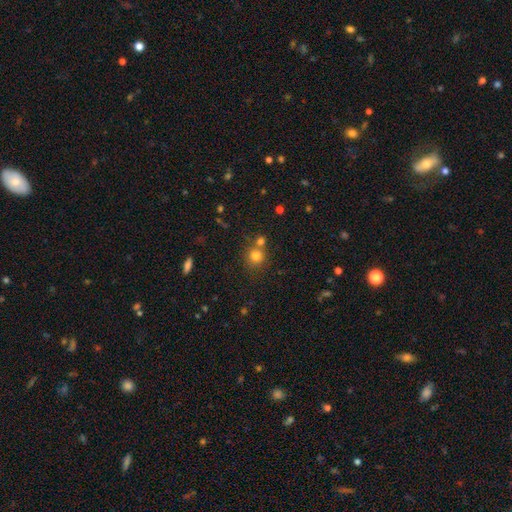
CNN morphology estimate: A smooth galaxy with no disk features (79%) that is round (88%).

Vote fractions:
- Smooth or featured? smooth: 79% / star or artifact: 14% / featured or disk: 7%
- How rounded? round: 88% / in between: 11% / cigar-shaped: 1%
- Merging? none: 61% / merger: 27% / minor disturbance: 8% / major disturbance: 3%